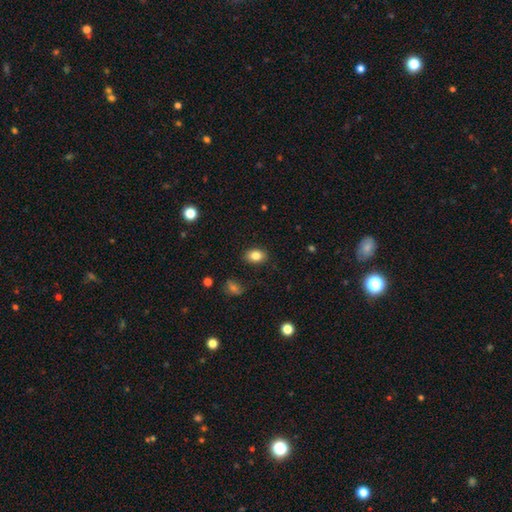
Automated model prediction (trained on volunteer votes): Q: Smooth or featured?
A: smooth (83%); runner-up: star or artifact (9%)
Q: How rounded?
A: in between (77%); runner-up: round (22%)
Q: Merging?
A: none (87%); runner-up: minor disturbance (10%)